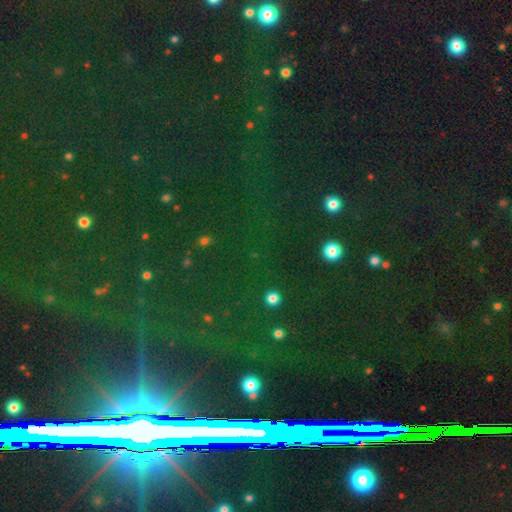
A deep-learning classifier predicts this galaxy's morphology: A star or artifact, not a galaxy (80%).